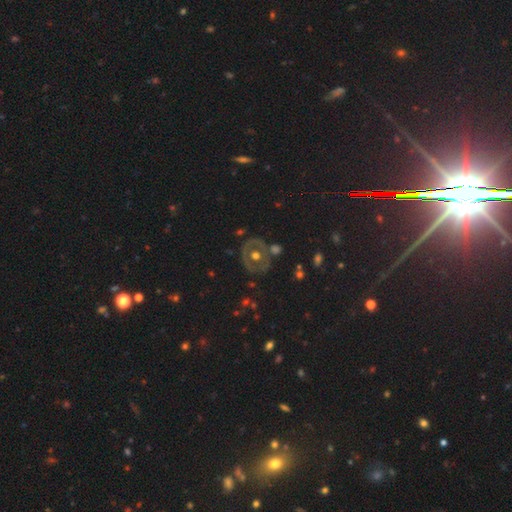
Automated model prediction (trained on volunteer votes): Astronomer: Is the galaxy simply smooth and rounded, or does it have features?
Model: featured or disk — 55% (runner-up: smooth, 37%).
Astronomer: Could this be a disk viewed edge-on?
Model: no — 95%.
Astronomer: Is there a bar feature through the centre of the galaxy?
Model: no — 87%.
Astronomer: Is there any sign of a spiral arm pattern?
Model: no — 87%.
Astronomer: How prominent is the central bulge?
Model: moderate — 75%.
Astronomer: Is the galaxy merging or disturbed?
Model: none — 72%.